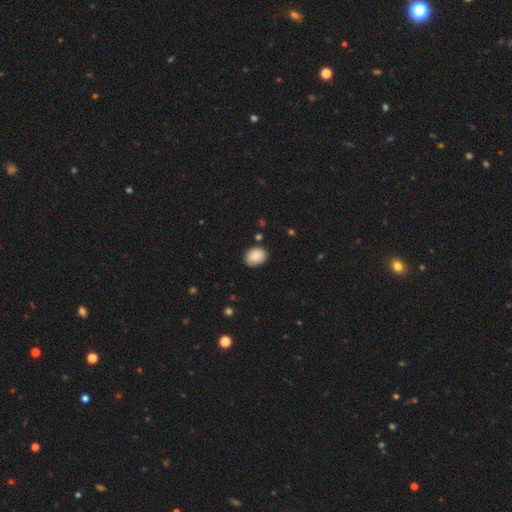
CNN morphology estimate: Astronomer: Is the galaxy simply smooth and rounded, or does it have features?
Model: smooth — 84%.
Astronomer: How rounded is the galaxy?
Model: in between — 53% (runner-up: round, 46%).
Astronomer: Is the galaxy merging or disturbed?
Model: none — 80%.